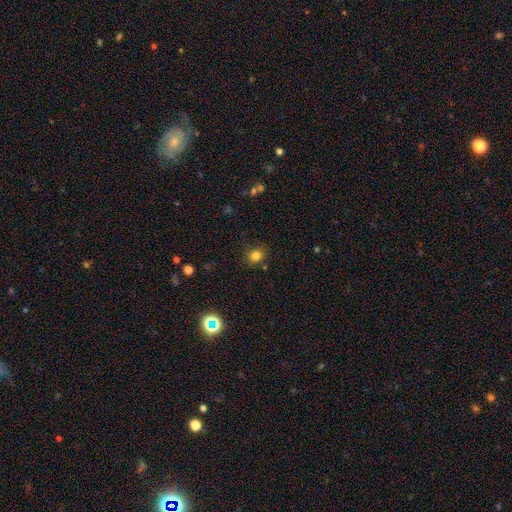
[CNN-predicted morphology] A smooth galaxy with no disk features (80%) that is round (77%).

Vote fractions:
- Smooth or featured? smooth: 80% / star or artifact: 14% / featured or disk: 6%
- How rounded? round: 77% / in between: 22% / cigar-shaped: 1%
- Merging? none: 82% / minor disturbance: 12% / major disturbance: 3% / merger: 3%